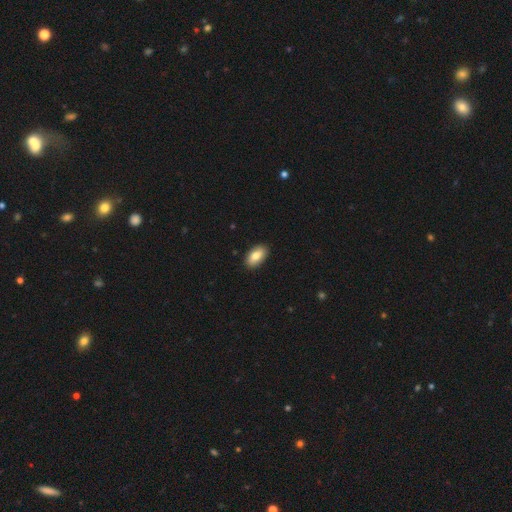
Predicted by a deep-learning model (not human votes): A smooth galaxy with no disk features (81%) that is in between round and cigar-shaped (93%).

Vote fractions:
- Smooth or featured? smooth: 81% / featured or disk: 13% / star or artifact: 7%
- How rounded? in between: 93% / round: 5% / cigar-shaped: 3%
- Merging? none: 89% / minor disturbance: 8% / major disturbance: 2% / merger: 1%